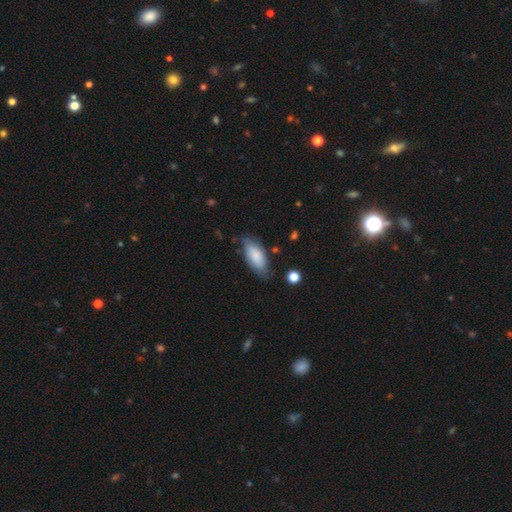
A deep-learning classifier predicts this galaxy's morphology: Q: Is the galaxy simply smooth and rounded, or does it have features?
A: smooth — 75%.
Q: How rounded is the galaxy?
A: in between — 85%.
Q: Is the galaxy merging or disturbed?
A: none — 64%.